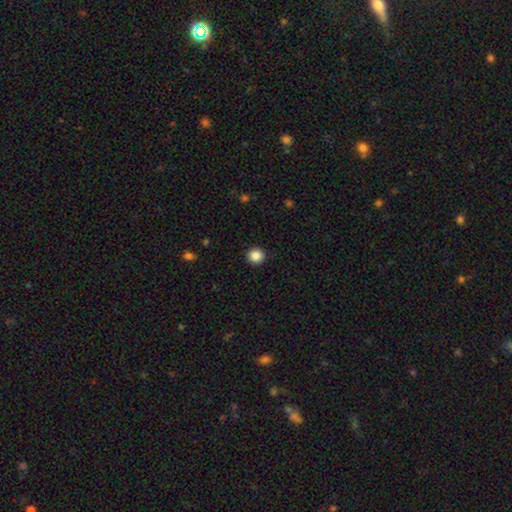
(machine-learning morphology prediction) This appears to be a smooth galaxy with no disk features (87%) that is round (94%). Merging: none (93%).